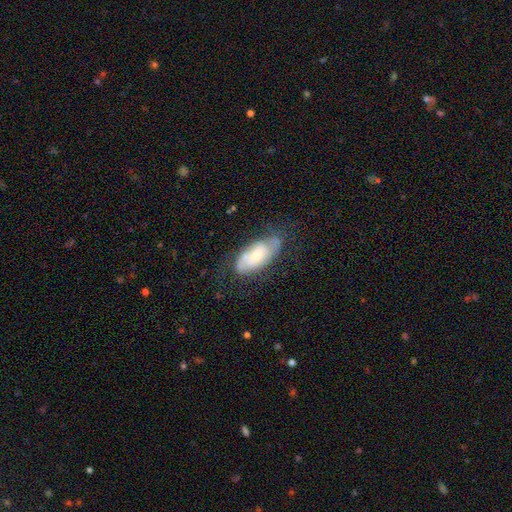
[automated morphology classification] featured or disk 55%, smooth 38%, star or artifact 7%. Down the decision tree: edge-on disk — no (90%); merging — none (60%).